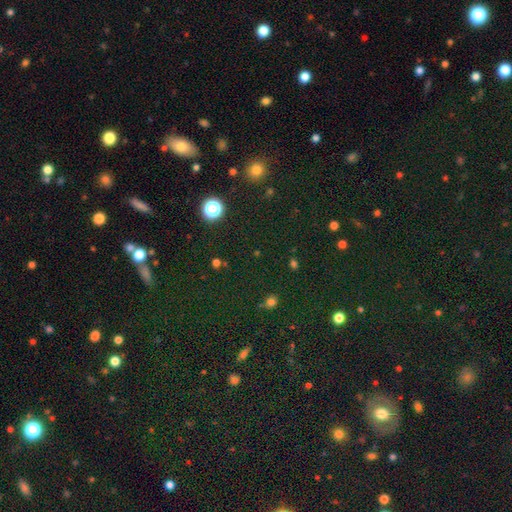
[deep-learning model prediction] A star or artifact, not a galaxy (70%).

Vote fractions:
- Smooth or featured? star or artifact: 70% / smooth: 23% / featured or disk: 7%